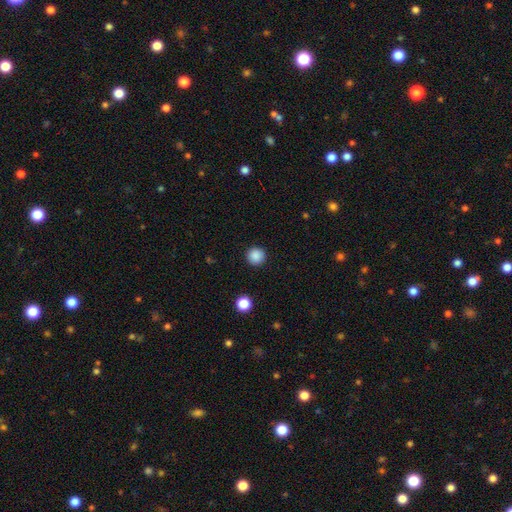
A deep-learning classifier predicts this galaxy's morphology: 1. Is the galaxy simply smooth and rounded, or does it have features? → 87% smooth, 10% star or artifact, 3% featured or disk.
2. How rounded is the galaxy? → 96% round, 3% in between, 1% cigar-shaped.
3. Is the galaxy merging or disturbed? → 93% none, 5% minor disturbance, 2% major disturbance, 1% merger.